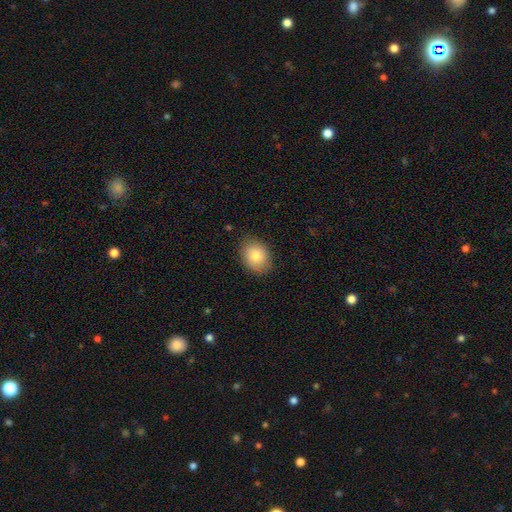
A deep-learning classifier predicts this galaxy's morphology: smooth_or_featured: smooth (p=0.82) [alt: featured or disk p=0.10]
how_rounded: in between (p=0.59) [alt: round p=0.40]
merging: none (p=0.83) [alt: minor disturbance p=0.13]